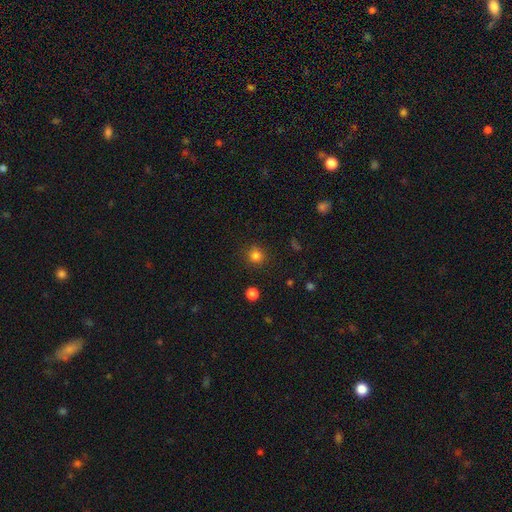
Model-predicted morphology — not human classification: smooth 81%, star or artifact 14%, featured or disk 5%. Down the decision tree: how rounded — round (92%); merging — none (89%).